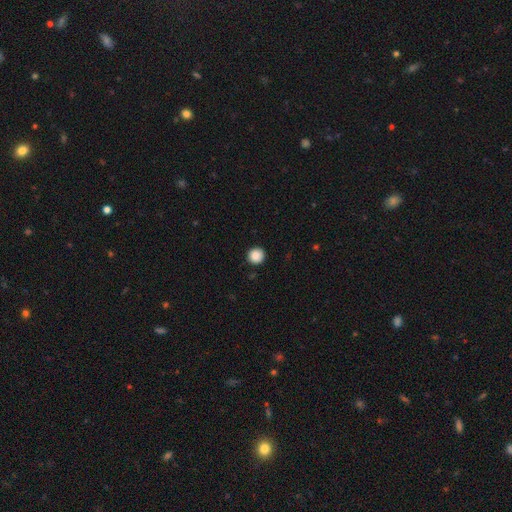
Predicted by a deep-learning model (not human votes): Overall: smooth (89%). How rounded: round (96%). Merging: none (92%).